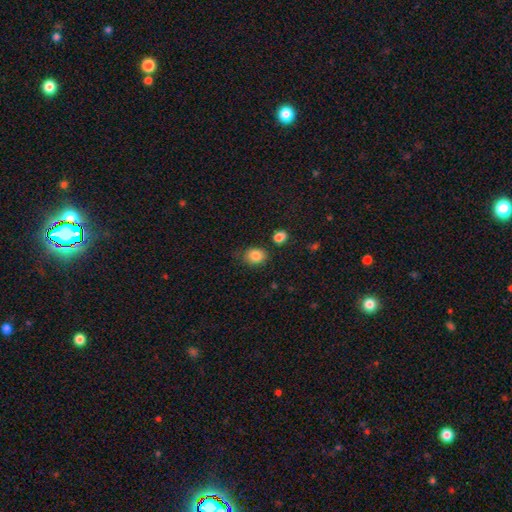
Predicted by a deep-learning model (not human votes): Smooth or featured: smooth — 85% (star or artifact — 9%)
How rounded: round — 50% (in between — 49%)
Merging: none — 74% (minor disturbance — 17%)